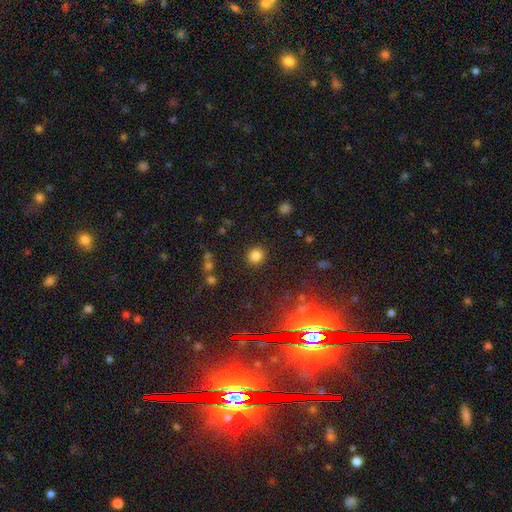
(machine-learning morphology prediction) A smooth galaxy with no disk features (81%) that is round (87%).

Vote fractions:
- Smooth or featured? smooth: 81% / star or artifact: 14% / featured or disk: 5%
- How rounded? round: 87% / in between: 12% / cigar-shaped: 1%
- Merging? none: 89% / minor disturbance: 6% / major disturbance: 3% / merger: 2%